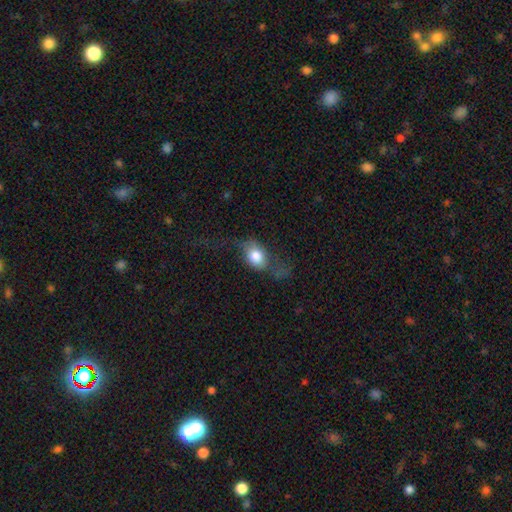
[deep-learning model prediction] Q: Smooth or featured?
A: smooth (68%); runner-up: featured or disk (25%)
Q: How rounded?
A: in between (69%); runner-up: round (28%)
Q: Merging?
A: major disturbance (39%); runner-up: none (35%)